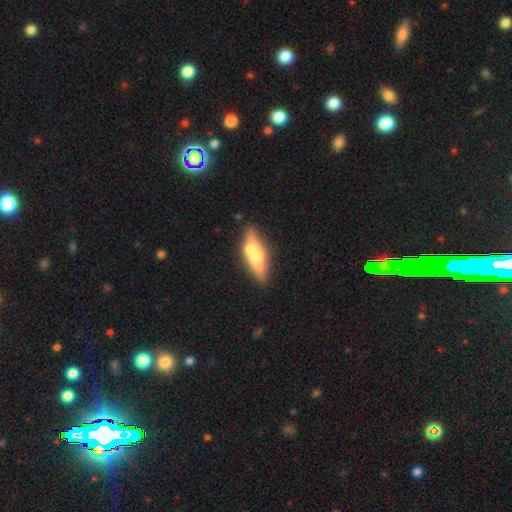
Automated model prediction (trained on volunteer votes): Smooth or featured?
  - smooth: 49% *
  - featured or disk: 45%
  - star or artifact: 6%
Merging?
  - none: 60% *
  - merger: 19%
  - minor disturbance: 16%
  - major disturbance: 5%